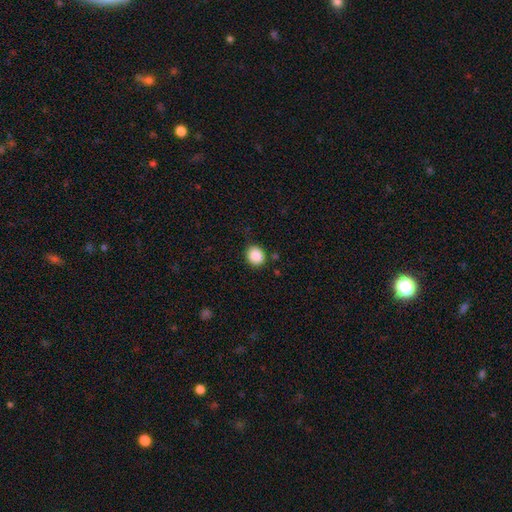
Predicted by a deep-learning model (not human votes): A smooth galaxy with no disk features (88%) that is round (76%). Merging: none (80%).